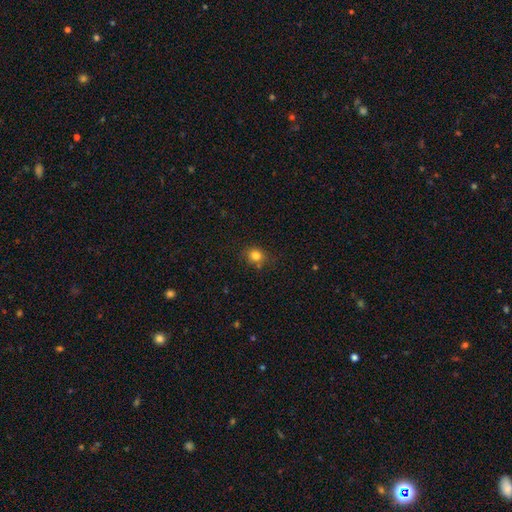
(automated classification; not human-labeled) Smooth or featured: smooth — 81% (star or artifact — 13%)
How rounded: round — 72% (in between — 27%)
Merging: none — 79% (minor disturbance — 14%)